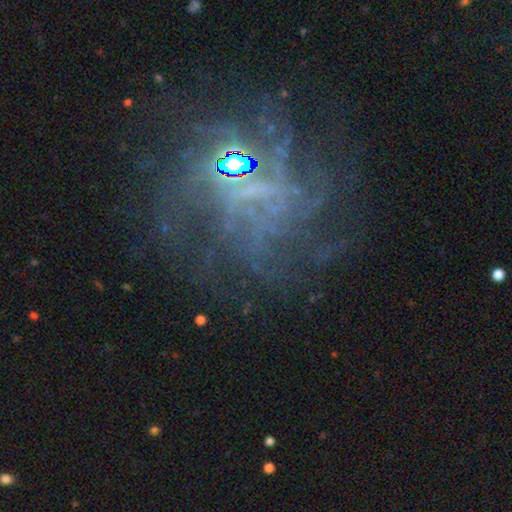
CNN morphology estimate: Smooth or featured? Predicted: featured or disk (p=0.56). Edge-on disk? Predicted: no (p=0.95). Bar? Predicted: no (p=0.53). Spiral arms? Predicted: yes (p=0.72). Bulge size? Predicted: small (p=0.33). Merging? Predicted: none (p=0.60).